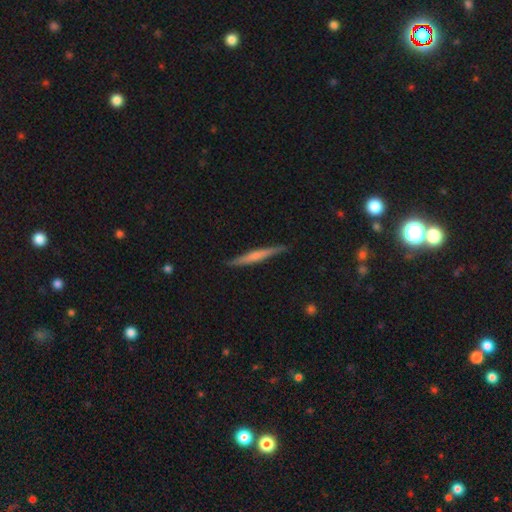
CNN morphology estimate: Smooth or featured? Predicted: smooth (p=0.48). Merging? Predicted: none (p=0.88).